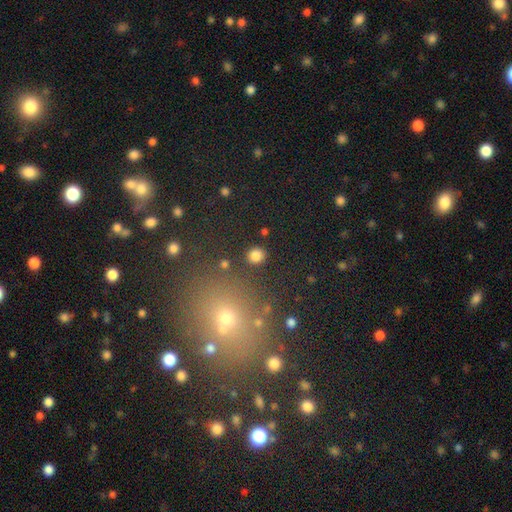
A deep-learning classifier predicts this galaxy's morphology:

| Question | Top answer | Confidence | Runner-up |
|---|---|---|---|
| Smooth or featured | smooth | 83% | star or artifact (13%) |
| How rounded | round | 90% | in between (9%) |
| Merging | none | 90% | minor disturbance (6%) |